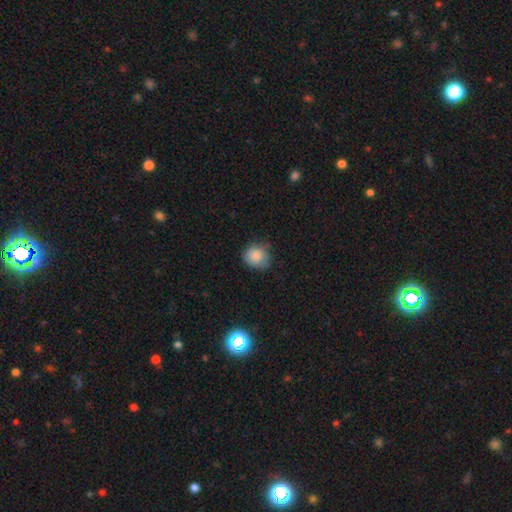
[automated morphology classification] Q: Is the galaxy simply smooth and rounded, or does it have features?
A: smooth — 84%.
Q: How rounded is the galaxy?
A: round — 75%.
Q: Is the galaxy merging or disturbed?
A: none — 65%.